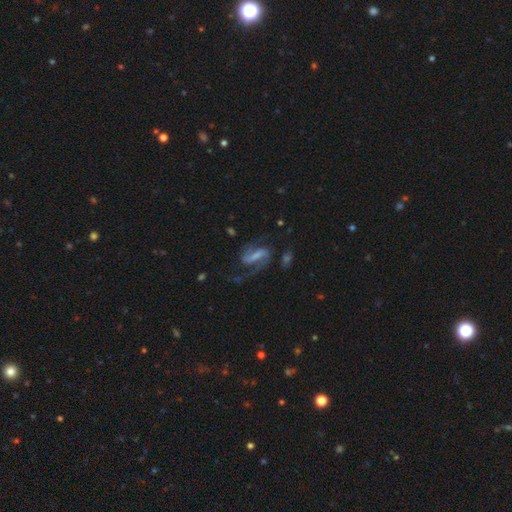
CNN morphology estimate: Overall: featured or disk (86%). Edge-on disk: no (97%). Bar: strong (52%; weak 36%). Spiral arms: yes (96%). Spiral arm count: 2 (90%). Spiral winding: medium (50%; loose 38%). Bulge size: none (38%; small 29%). Merging: none (60%; major disturbance 21%).